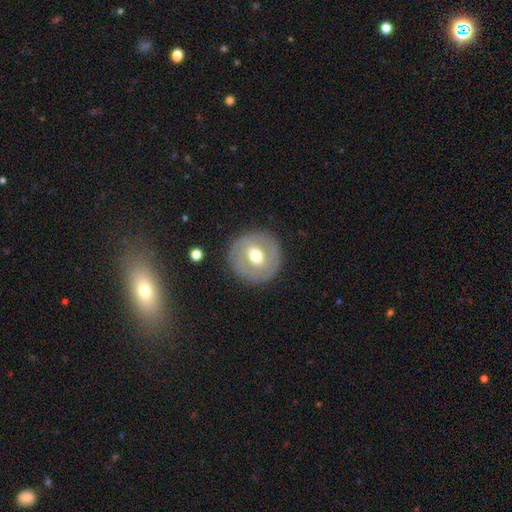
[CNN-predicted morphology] A featured or disk galaxy (54%) with no bar (54%), no spiral arms (61%) and a moderate central bulge (75%).

Vote fractions:
- Smooth or featured? featured or disk: 54% / smooth: 40% / star or artifact: 7%
- Edge-on disk? no: 96% / yes: 4%
- Bar? no: 54% / weak: 35% / strong: 12%
- Spiral arms? no: 61% / yes: 39%
- Bulge size? moderate: 75% / small: 12% / large: 11% / dominant: 1% / none: 1%
- Merging? none: 84% / minor disturbance: 10% / major disturbance: 4% / merger: 1%